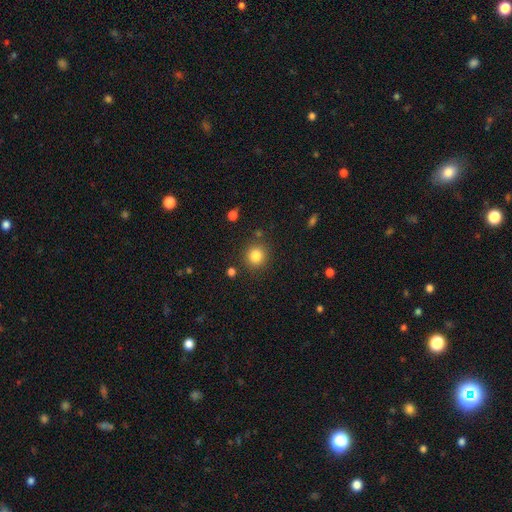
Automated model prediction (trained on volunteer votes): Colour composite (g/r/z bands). It shows a smooth galaxy with no disk features (84%) that is round (89%). Merging: none (85%).